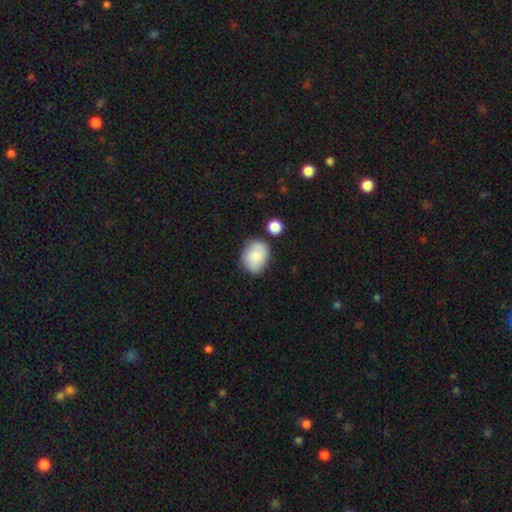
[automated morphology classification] Overall: smooth (82%). How rounded: in between (52%; round 47%). Merging: none (69%).